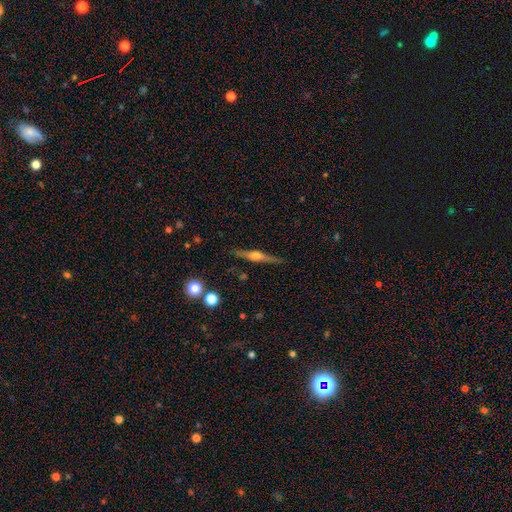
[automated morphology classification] type=featured or disk (71%); edge-on=yes (97%); edge-on bulge=rounded (88%); merging=none (87%).